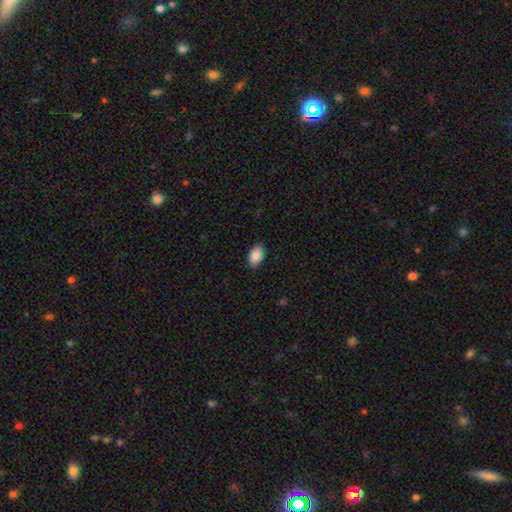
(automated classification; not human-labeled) A smooth galaxy with no disk features (90%) that is in between round and cigar-shaped (93%).

Vote fractions:
- Smooth or featured? smooth: 90% / star or artifact: 7% / featured or disk: 3%
- How rounded? in between: 93% / round: 5% / cigar-shaped: 1%
- Merging? none: 86% / minor disturbance: 10% / major disturbance: 2% / merger: 1%